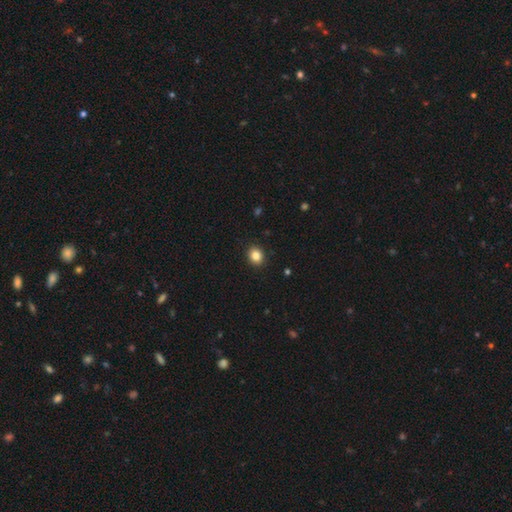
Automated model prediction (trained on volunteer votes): smooth_or_featured: smooth (p=0.84) [alt: star or artifact p=0.10]
how_rounded: round (p=0.64) [alt: in between p=0.35]
merging: none (p=0.92) [alt: minor disturbance p=0.06]